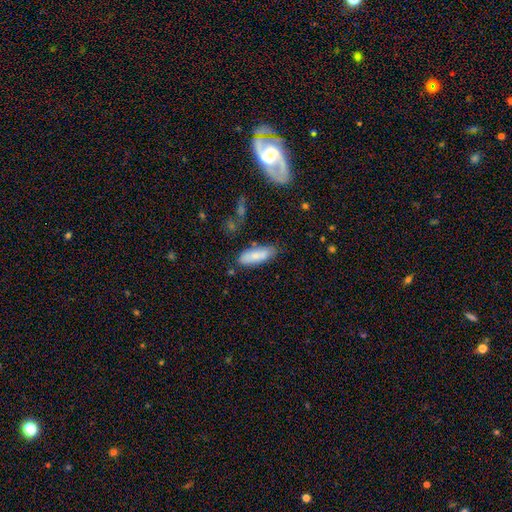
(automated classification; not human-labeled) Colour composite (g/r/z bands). It shows a smooth galaxy with no disk features (79%) that is in between round and cigar-shaped (71%). Merging: none (73%).